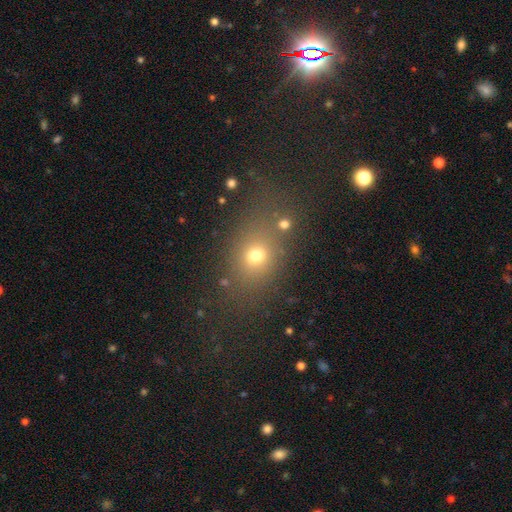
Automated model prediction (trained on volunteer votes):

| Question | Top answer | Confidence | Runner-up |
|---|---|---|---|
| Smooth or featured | smooth | 68% | star or artifact (20%) |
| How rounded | in between | 52% | round (45%) |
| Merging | none | 65% | minor disturbance (14%) |